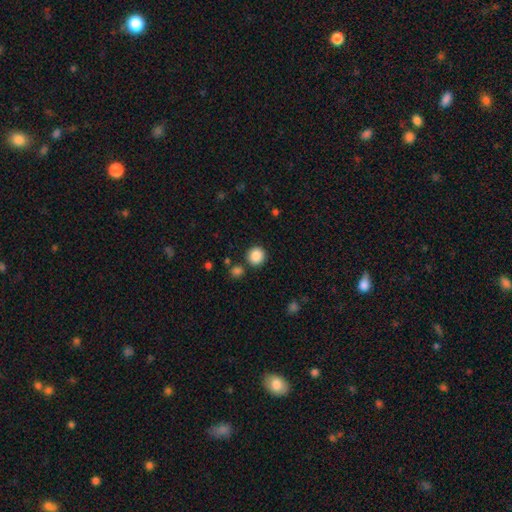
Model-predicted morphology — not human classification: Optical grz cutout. It shows a smooth galaxy with no disk features (87%) that is round (92%). Merging: none (86%).